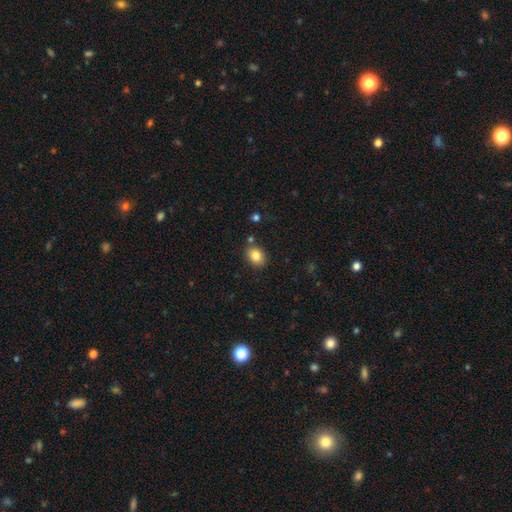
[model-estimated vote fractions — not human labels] Smooth or featured? smooth (83%)
How rounded? in between (56%)
Merging? none (83%)